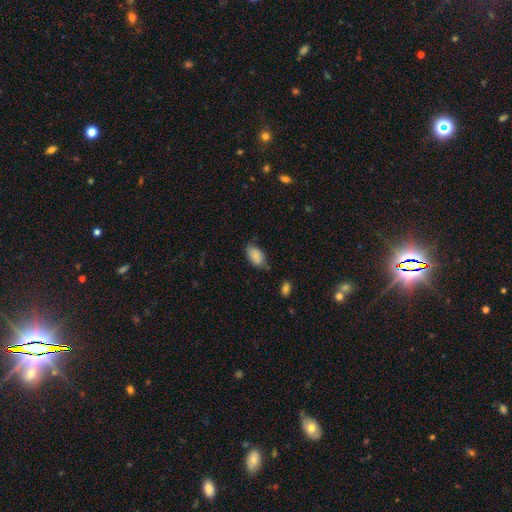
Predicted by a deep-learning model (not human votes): The model was most divided on "merging": none: 62%, minor disturbance: 29%, major disturbance: 6%, merger: 3%. More confident: how rounded — in between (93%); smooth or featured — smooth (83%).